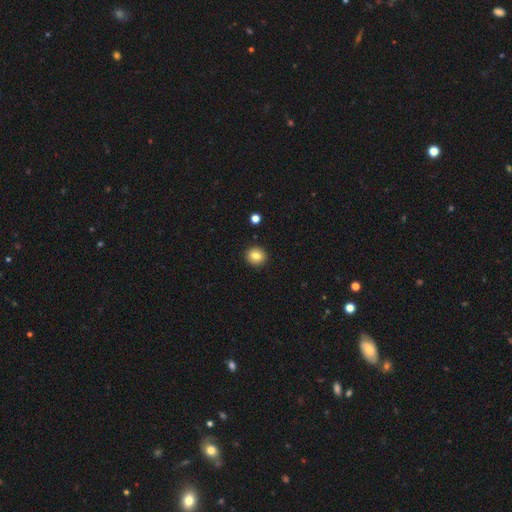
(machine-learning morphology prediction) This is clearly a smooth galaxy (81%). How rounded: clearly round (82%). Merging: clearly none (91%).